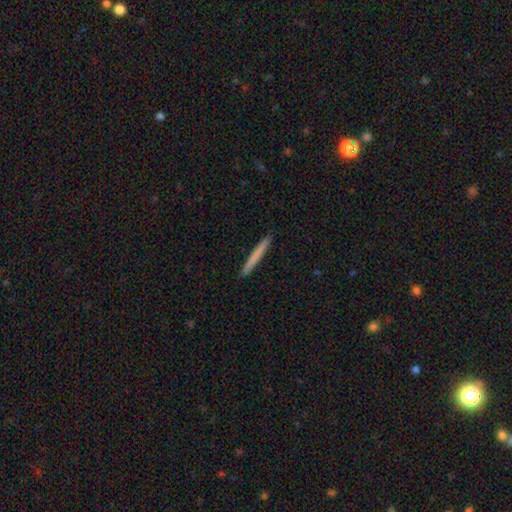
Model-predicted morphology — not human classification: A smooth galaxy with no disk features (70%) that is cigar-shaped (97%). Merging: none (93%).